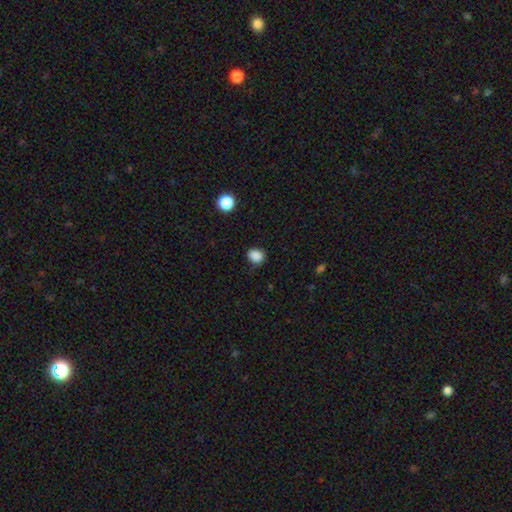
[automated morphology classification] Smooth or featured?
  - smooth: 86% *
  - star or artifact: 10%
  - featured or disk: 3%
How rounded?
  - round: 53% *
  - in between: 46%
  - cigar-shaped: 1%
Merging?
  - none: 73% *
  - minor disturbance: 21%
  - major disturbance: 5%
  - merger: 1%